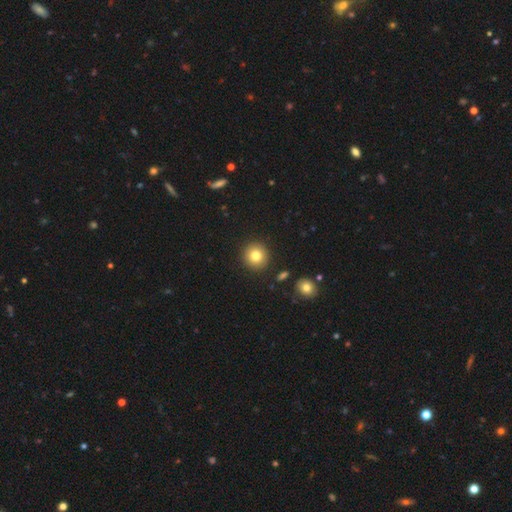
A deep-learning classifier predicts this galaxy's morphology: Smooth or featured? Predicted: smooth (p=0.81). How rounded? Predicted: round (p=0.93). Merging? Predicted: none (p=0.91).